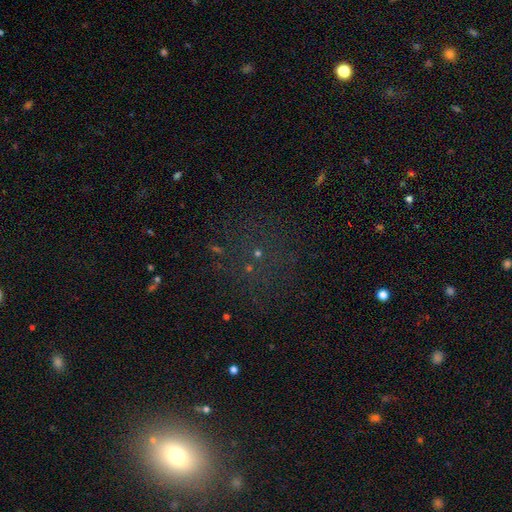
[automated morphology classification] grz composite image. It shows a star or artifact, not a galaxy (45%).